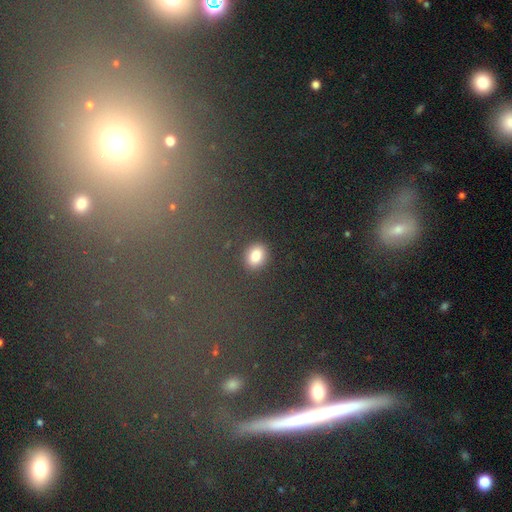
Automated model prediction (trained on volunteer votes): The model was most divided on "how rounded": in between: 57%, round: 41%, cigar-shaped: 2%. More confident: merging — none (85%); smooth or featured — smooth (81%).